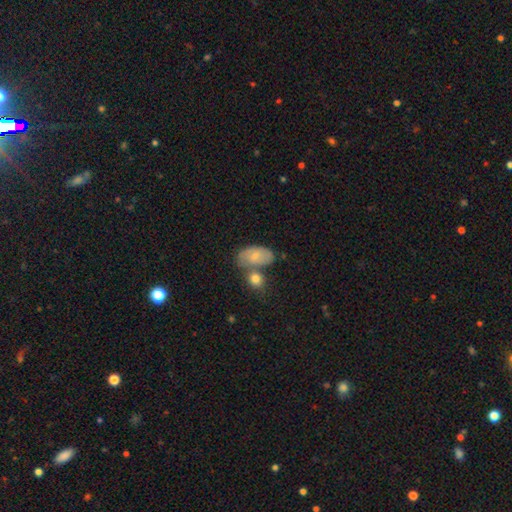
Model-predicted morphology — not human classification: type=smooth (69%); roundness=in between (88%); merging=none (41%).